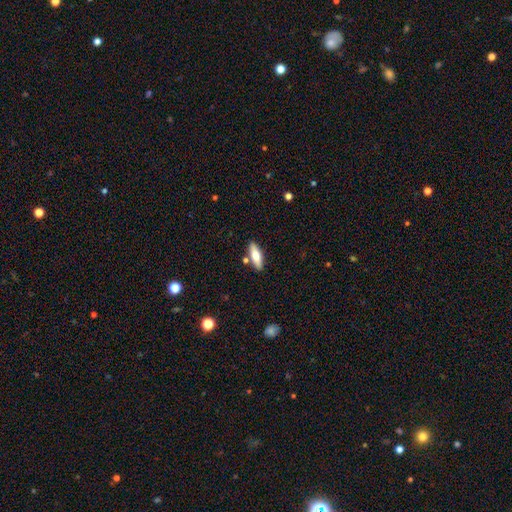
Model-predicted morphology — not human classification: smooth 64%, featured or disk 30%, star or artifact 6%. Down the decision tree: how rounded — in between (50%); merging — none (83%).